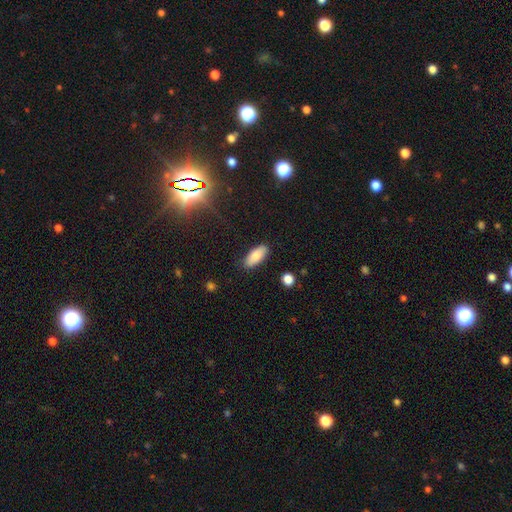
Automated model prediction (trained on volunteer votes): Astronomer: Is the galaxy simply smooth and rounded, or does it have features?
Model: smooth — 81%.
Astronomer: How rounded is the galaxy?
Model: in between — 81%.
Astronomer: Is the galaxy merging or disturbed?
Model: none — 87%.